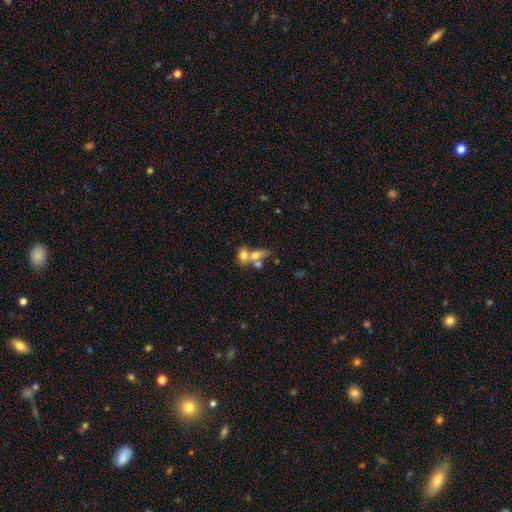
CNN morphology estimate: Smooth or featured? Predicted: smooth (p=0.66). How rounded? Predicted: in between (p=0.62). Merging? Predicted: merger (p=0.65).